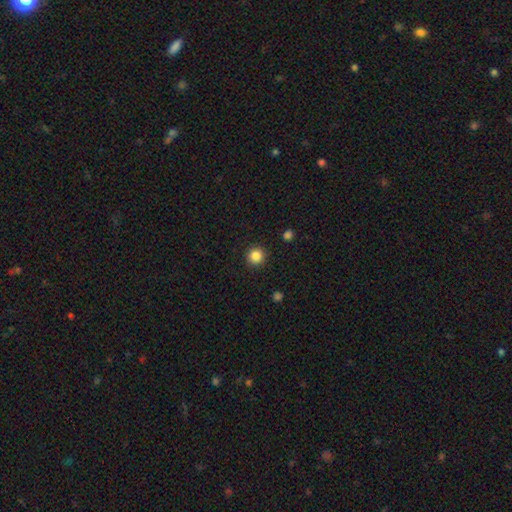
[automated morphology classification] The model was most divided on "smooth or featured": smooth: 85%, star or artifact: 11%, featured or disk: 4%. More confident: how rounded — round (95%); merging — none (93%).